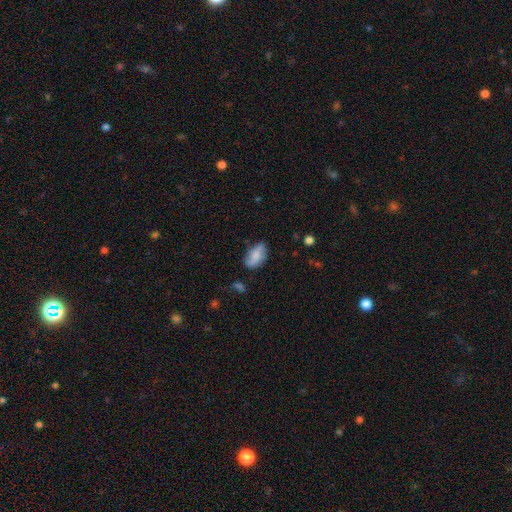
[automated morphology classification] This appears to be a smooth galaxy with no disk features (69%) that is in between round and cigar-shaped (90%). Merging: none (64%).